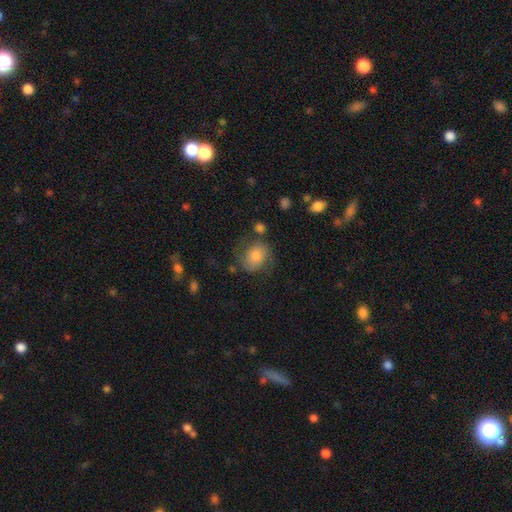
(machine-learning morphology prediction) This appears to be a smooth galaxy with no disk features (62%) that is round (61%). Merging: none (61%).